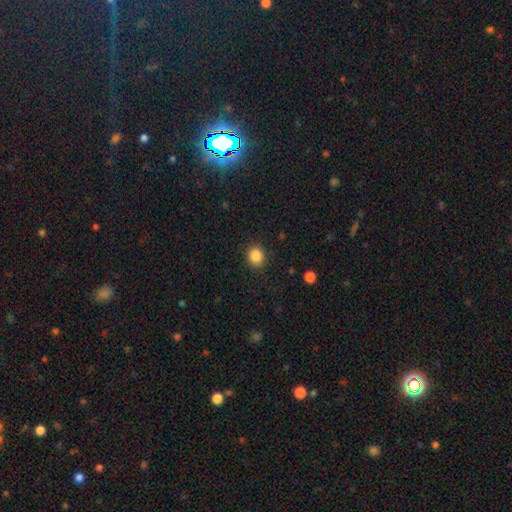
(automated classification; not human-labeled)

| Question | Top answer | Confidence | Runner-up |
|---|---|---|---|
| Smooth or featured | smooth | 87% | star or artifact (10%) |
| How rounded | round | 67% | in between (32%) |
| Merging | none | 89% | minor disturbance (8%) |